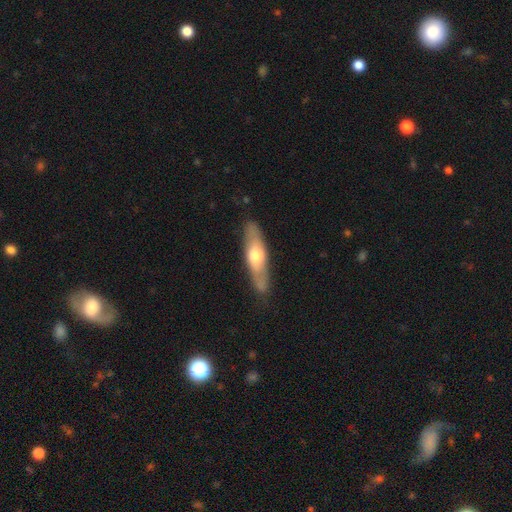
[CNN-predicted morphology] This appears to be a smooth galaxy with no disk features (49%). Merging: none (80%).